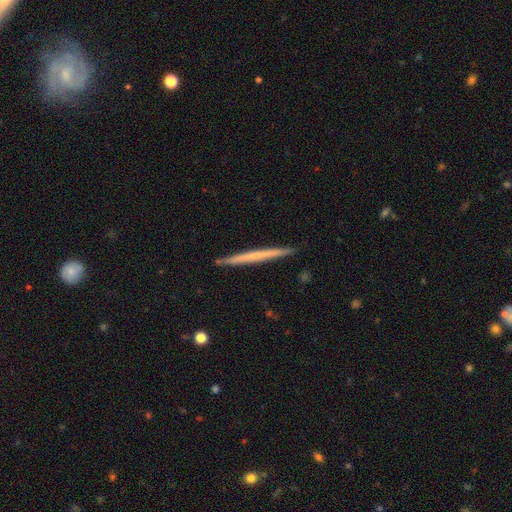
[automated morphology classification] A smooth galaxy with no disk features (49%). Merging: none (92%).